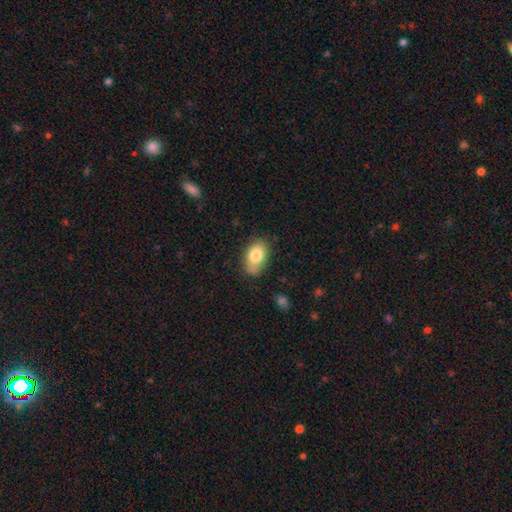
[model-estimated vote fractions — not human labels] A smooth galaxy with no disk features (81%) that is in between round and cigar-shaped (89%).

Vote fractions:
- Smooth or featured? smooth: 81% / featured or disk: 12% / star or artifact: 7%
- How rounded? in between: 89% / round: 10% / cigar-shaped: 1%
- Merging? none: 68% / minor disturbance: 22% / major disturbance: 5% / merger: 5%